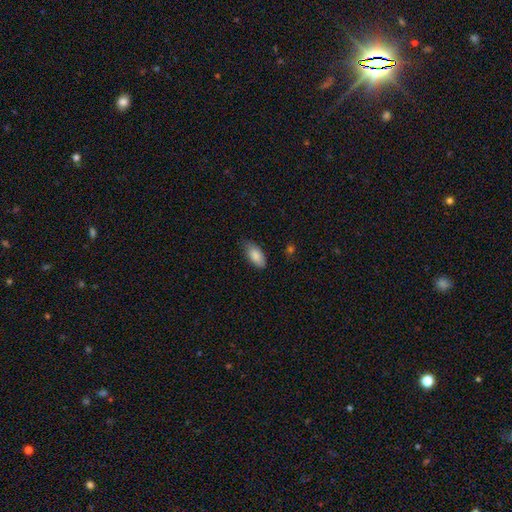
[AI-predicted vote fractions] Smooth or featured? smooth (86%)
How rounded? in between (92%)
Merging? none (65%)